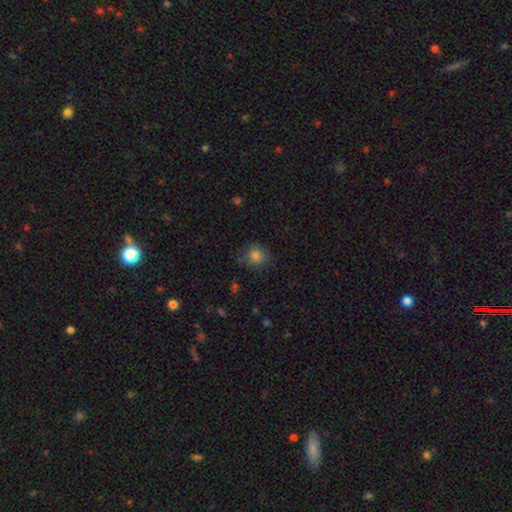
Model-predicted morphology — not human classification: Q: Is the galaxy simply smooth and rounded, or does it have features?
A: smooth — 82%.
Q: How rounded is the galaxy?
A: round — 80%.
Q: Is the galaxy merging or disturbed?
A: none — 76%.